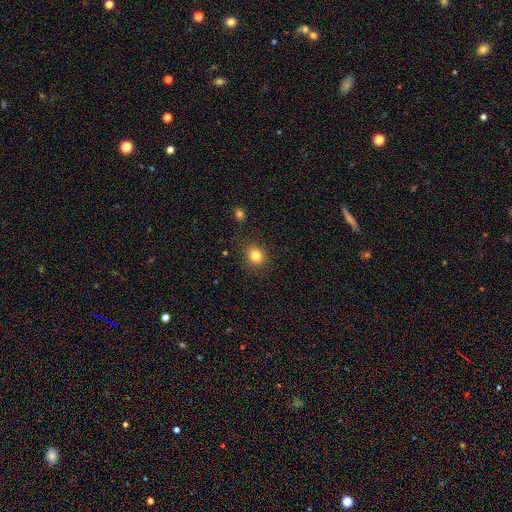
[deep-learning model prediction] Smooth or featured? Predicted: smooth (p=0.82). How rounded? Predicted: round (p=0.69). Merging? Predicted: none (p=0.84).